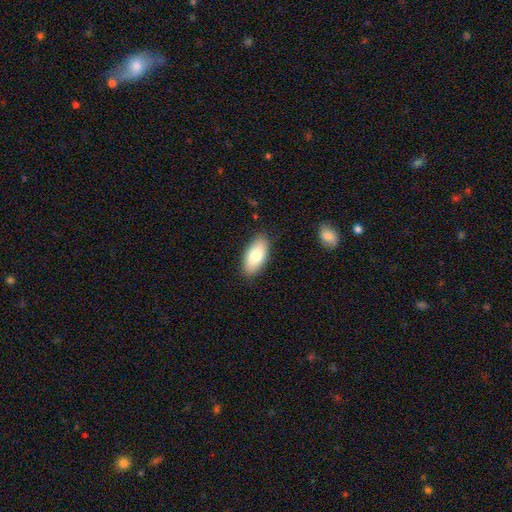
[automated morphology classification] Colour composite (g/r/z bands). It shows a smooth galaxy with no disk features (79%) that is in between round and cigar-shaped (92%). Merging: none (86%).